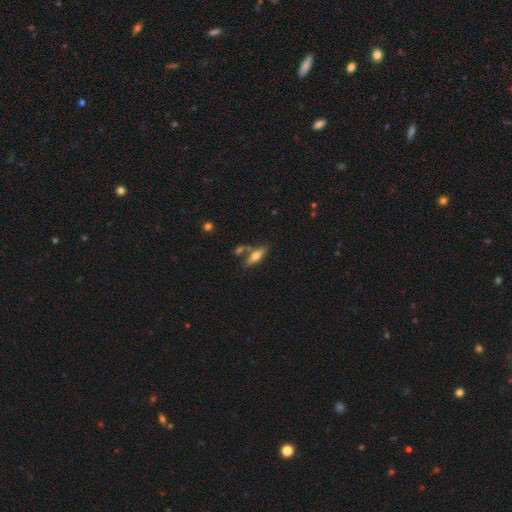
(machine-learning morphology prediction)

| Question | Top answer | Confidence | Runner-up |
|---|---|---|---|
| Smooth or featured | smooth | 54% | featured or disk (38%) |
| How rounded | cigar-shaped | 50% | in between (47%) |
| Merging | none | 62% | merger (20%) |